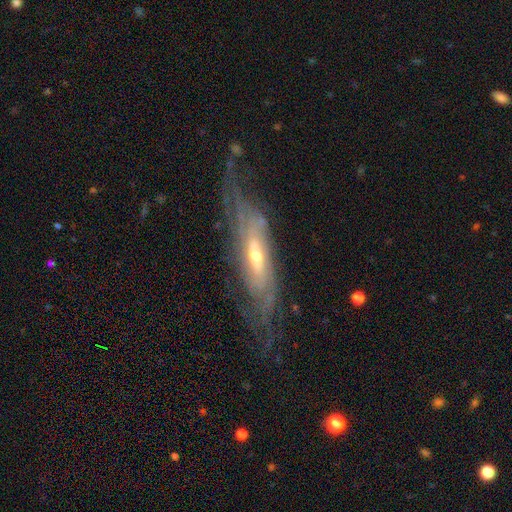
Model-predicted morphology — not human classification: Smooth or featured?
  - featured or disk: 83% *
  - smooth: 11%
  - star or artifact: 6%
Edge-on disk?
  - no: 68% *
  - yes: 32%
Bar?
  - no: 43% *
  - weak: 36%
  - strong: 20%
Spiral arms?
  - yes: 88% *
  - no: 12%
Bulge size?
  - small: 50% *
  - moderate: 45%
  - large: 3%
  - none: 1%
  - dominant: 1%
Merging?
  - none: 63% *
  - minor disturbance: 20%
  - major disturbance: 14%
  - merger: 2%